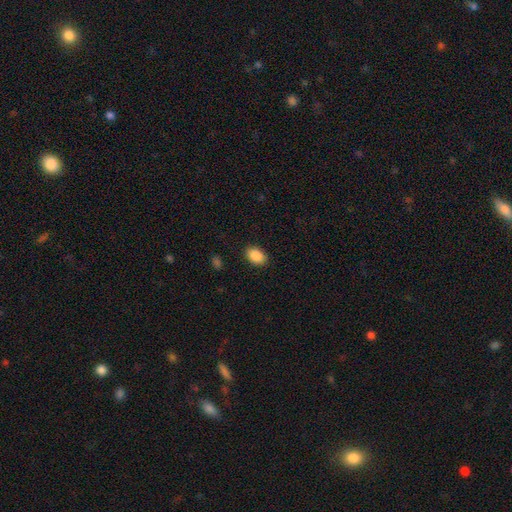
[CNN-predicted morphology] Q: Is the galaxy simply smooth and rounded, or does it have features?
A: smooth — 89%.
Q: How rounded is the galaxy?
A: in between — 82%.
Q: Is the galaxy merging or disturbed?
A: none — 88%.